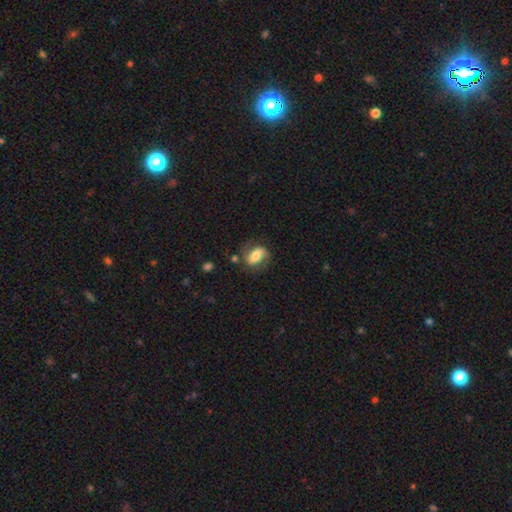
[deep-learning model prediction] Morphology: type=featured or disk (54%); edge-on=no (95%); bar=weak (34%, tied with strong); spiral arms=yes (87%); bulge=moderate (49%); merging=none (67%).